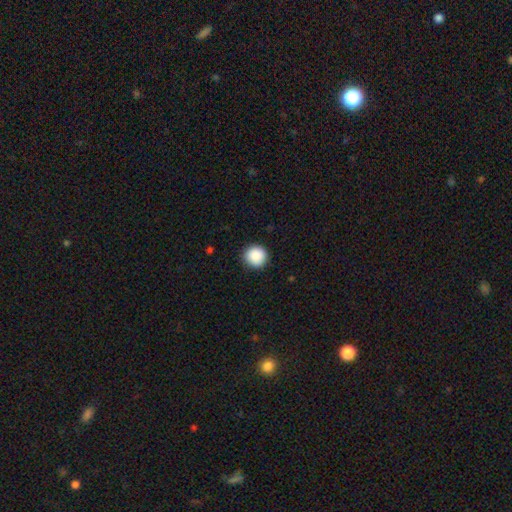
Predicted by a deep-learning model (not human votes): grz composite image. It shows a smooth galaxy with no disk features (89%) that is round (94%). Merging: none (90%).